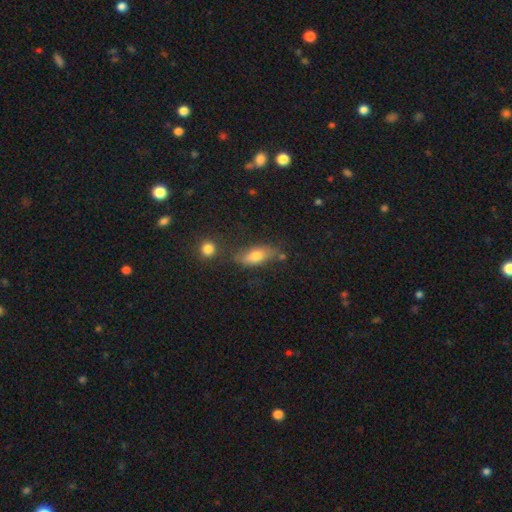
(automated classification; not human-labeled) Smooth or featured: smooth — 69% (featured or disk — 23%)
How rounded: in between — 74% (cigar-shaped — 22%)
Merging: none — 67% (minor disturbance — 19%)